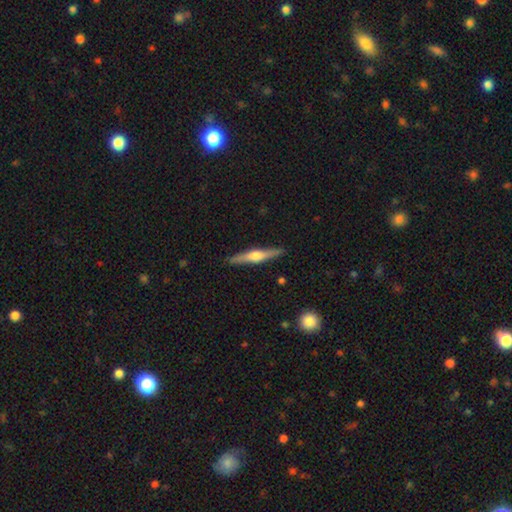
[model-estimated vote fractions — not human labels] This is likely a featured or disk galaxy (66%). It is clearly viewed edge-on (97%). Edge-on bulge: clearly rounded (90%). Merging: clearly none (91%).